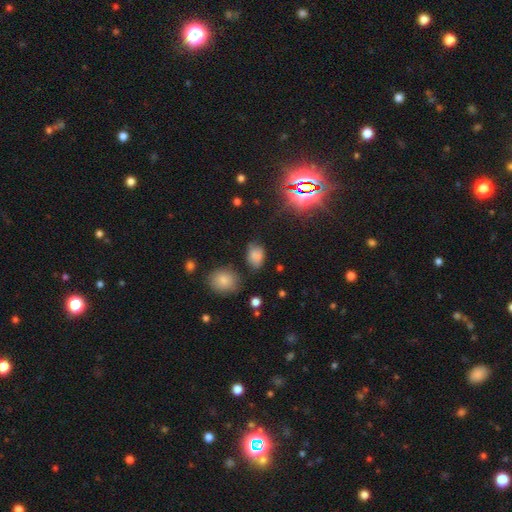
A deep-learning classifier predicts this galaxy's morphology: This appears to be a smooth galaxy with no disk features (75%) that is in between round and cigar-shaped (77%). Merging: none (63%).